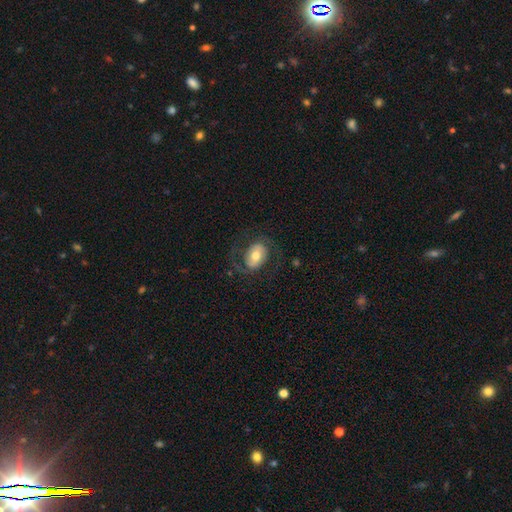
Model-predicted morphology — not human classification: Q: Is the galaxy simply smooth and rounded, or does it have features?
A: featured or disk — 57%.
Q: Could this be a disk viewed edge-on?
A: no — 96%.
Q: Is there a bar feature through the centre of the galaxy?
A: no — 41%.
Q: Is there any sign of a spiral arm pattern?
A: yes — 76%.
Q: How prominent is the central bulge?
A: moderate — 65%.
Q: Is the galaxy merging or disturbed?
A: none — 70%.